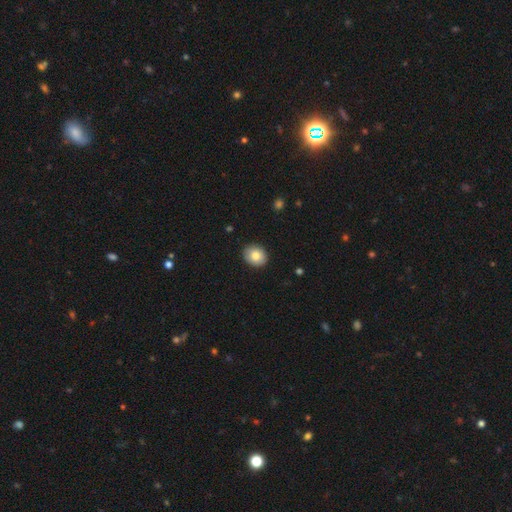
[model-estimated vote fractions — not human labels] Morphology: type=smooth (83%); roundness=round (54%); merging=none (90%).